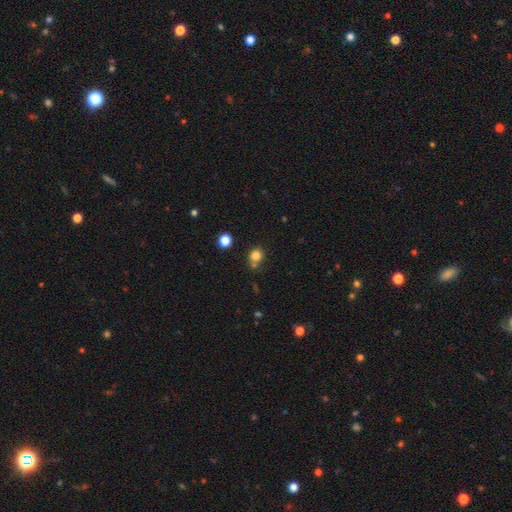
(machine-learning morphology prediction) Smooth or featured? smooth (80%)
How rounded? round (82%)
Merging? none (67%)